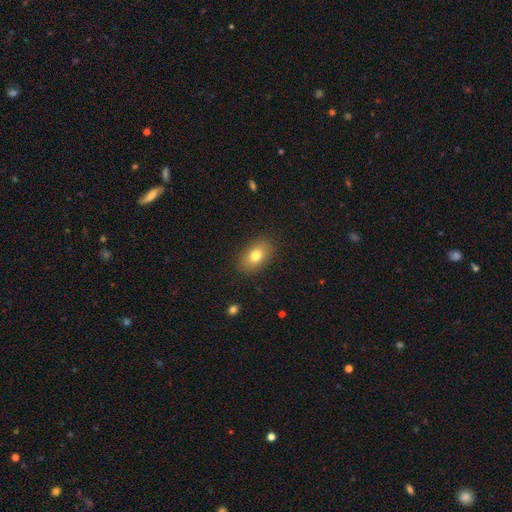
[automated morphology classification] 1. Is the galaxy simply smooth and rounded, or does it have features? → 79% smooth, 12% featured or disk, 9% star or artifact.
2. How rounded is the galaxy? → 87% in between, 11% round, 2% cigar-shaped.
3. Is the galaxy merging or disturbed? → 87% none, 10% minor disturbance, 3% major disturbance, 1% merger.